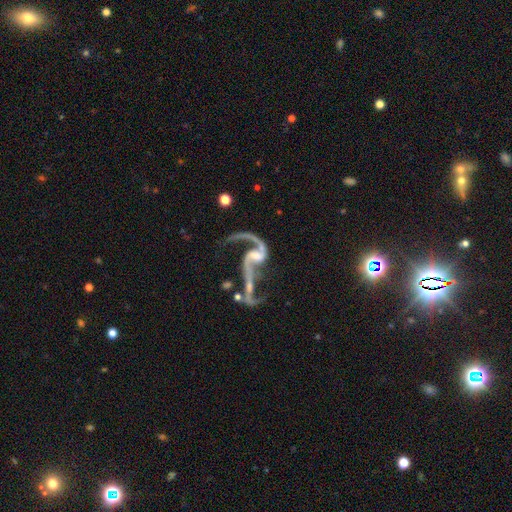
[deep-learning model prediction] A featured or disk galaxy (89%) with no bar (42%), 2 (87%) loose (77%) spiral arms (94%) and a small central bulge (42%).

Vote fractions:
- Smooth or featured? featured or disk: 89% / star or artifact: 7% / smooth: 4%
- Edge-on disk? no: 96% / yes: 4%
- Bar? no: 42% / weak: 37% / strong: 21%
- Spiral arms? yes: 94% / no: 6%
- Spiral winding? loose: 77% / medium: 19% / tight: 4%
- Spiral arm count? 2: 87% / 1: 6% / can't tell: 3% / 3: 2% / 4: 1% / more than 4: 1%
- Bulge size? small: 42% / none: 27% / moderate: 26% / large: 4% / dominant: 2%
- Merging? none: 35% / major disturbance: 29% / merger: 22% / minor disturbance: 15%